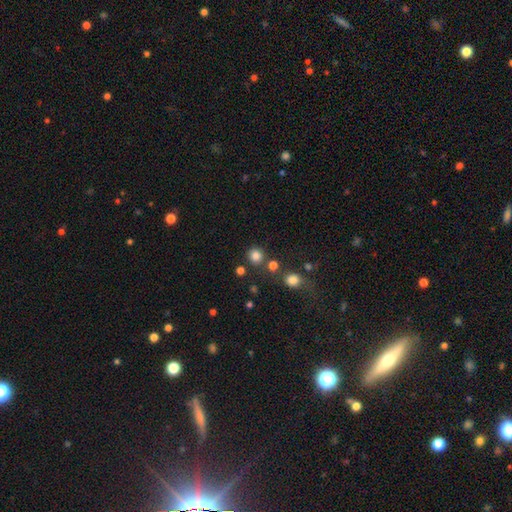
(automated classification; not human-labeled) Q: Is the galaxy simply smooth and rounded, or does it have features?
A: smooth — 82%.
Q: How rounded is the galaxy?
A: round — 91%.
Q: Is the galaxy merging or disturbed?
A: none — 80%.